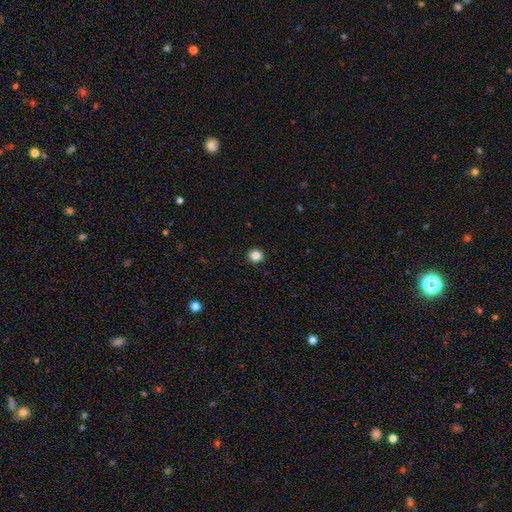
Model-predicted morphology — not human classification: Q: Smooth or featured?
A: smooth (86%); runner-up: star or artifact (11%)
Q: How rounded?
A: round (84%); runner-up: in between (15%)
Q: Merging?
A: none (92%); runner-up: minor disturbance (5%)